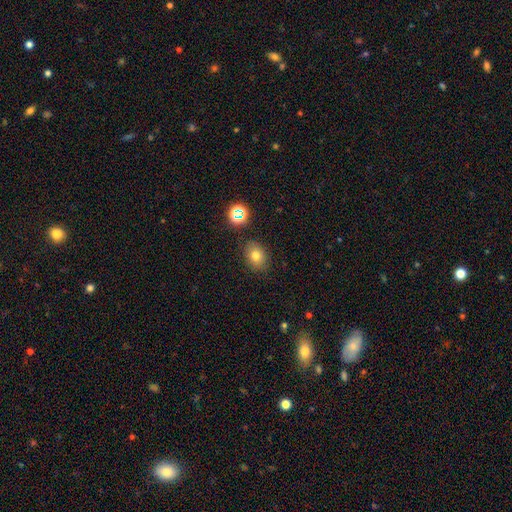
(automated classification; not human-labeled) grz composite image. It shows a smooth galaxy with no disk features (74%) that is in between round and cigar-shaped (55%). Merging: none (84%).